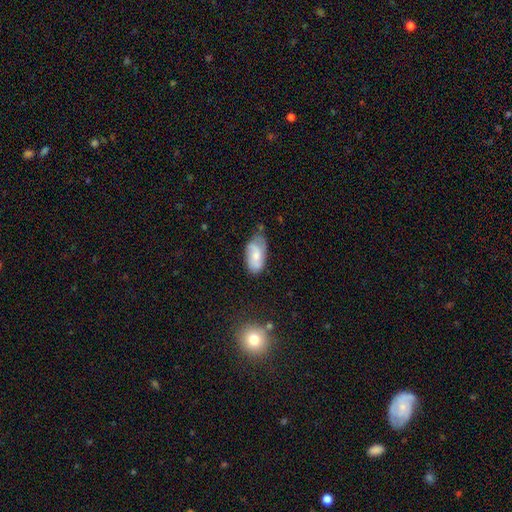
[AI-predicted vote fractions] A smooth galaxy with no disk features (57%) that is in between round and cigar-shaped (92%).

Vote fractions:
- Smooth or featured? smooth: 57% / featured or disk: 36% / star or artifact: 7%
- How rounded? in between: 92% / cigar-shaped: 5% / round: 3%
- Merging? none: 54% / minor disturbance: 34% / major disturbance: 9% / merger: 4%